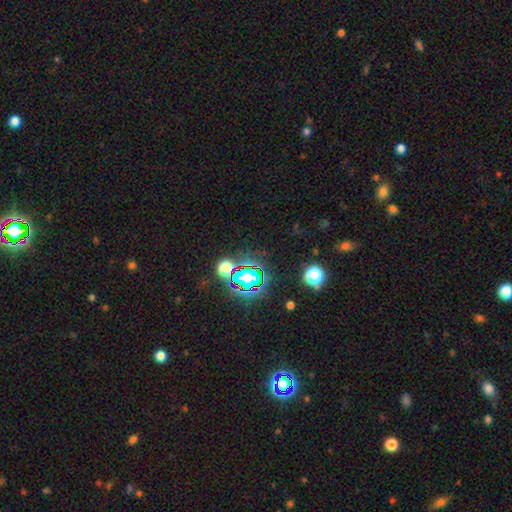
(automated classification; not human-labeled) Smooth or featured: star or artifact — 81% (smooth — 12%)